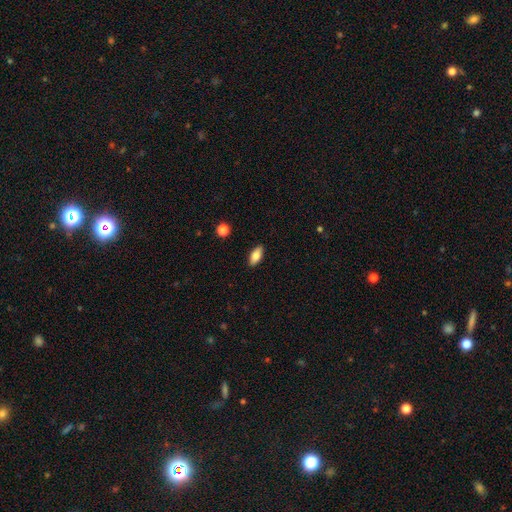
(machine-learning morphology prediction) Smooth or featured? smooth (78%)
How rounded? in between (85%)
Merging? none (89%)